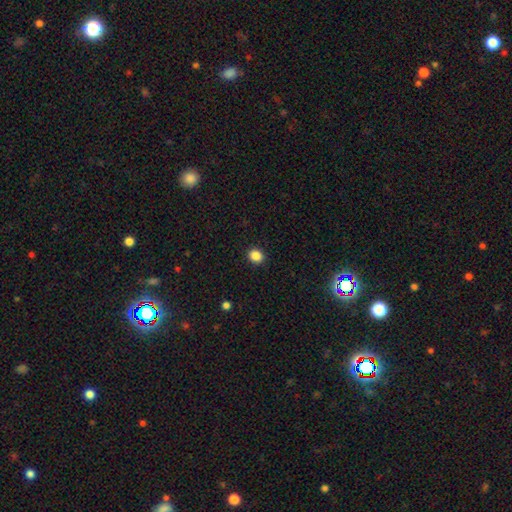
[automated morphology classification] Smooth or featured: smooth — 86% (star or artifact — 11%)
How rounded: round — 69% (in between — 30%)
Merging: none — 91% (minor disturbance — 6%)